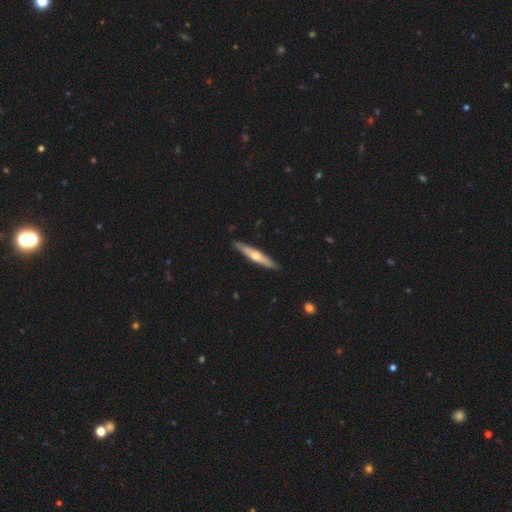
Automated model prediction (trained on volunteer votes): A featured or disk galaxy (57%) viewed edge-on (95%) with a rounded central bulge (87%). Merging: none (90%).